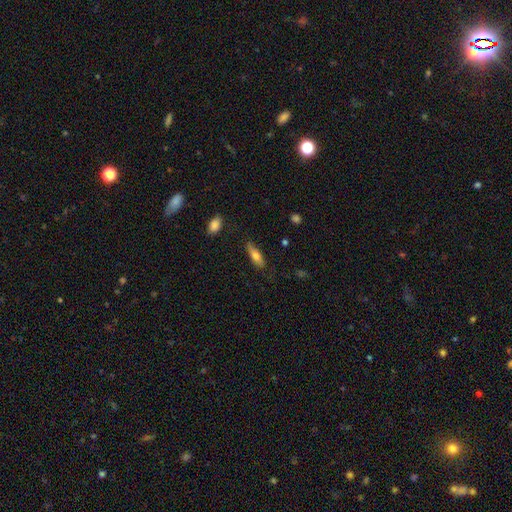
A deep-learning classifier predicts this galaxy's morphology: Smooth or featured?
  - smooth: 68% *
  - featured or disk: 25%
  - star or artifact: 6%
How rounded?
  - in between: 54% *
  - cigar-shaped: 44%
  - round: 3%
Merging?
  - none: 74% *
  - minor disturbance: 20%
  - major disturbance: 4%
  - merger: 2%